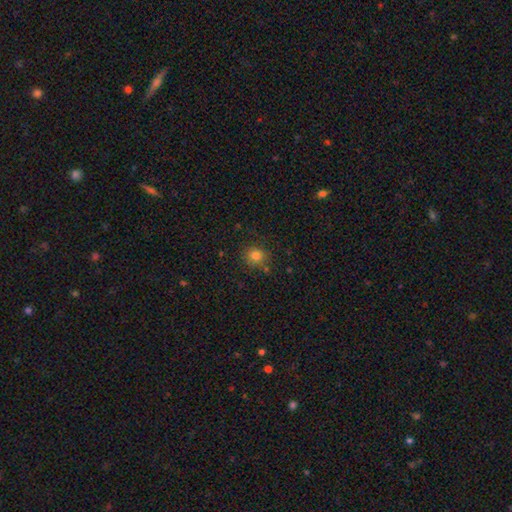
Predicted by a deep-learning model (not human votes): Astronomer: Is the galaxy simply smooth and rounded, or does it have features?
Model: smooth — 80%.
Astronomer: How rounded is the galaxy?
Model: round — 84%.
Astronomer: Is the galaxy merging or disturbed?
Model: none — 81%.